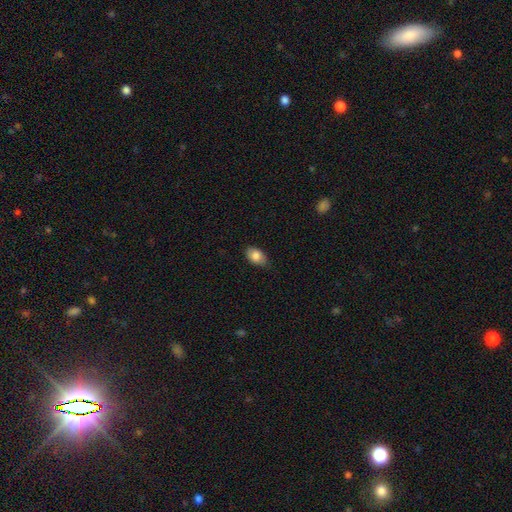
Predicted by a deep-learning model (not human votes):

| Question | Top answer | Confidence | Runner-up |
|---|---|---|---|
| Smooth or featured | smooth | 84% | featured or disk (9%) |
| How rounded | in between | 90% | round (8%) |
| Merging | none | 79% | minor disturbance (18%) |